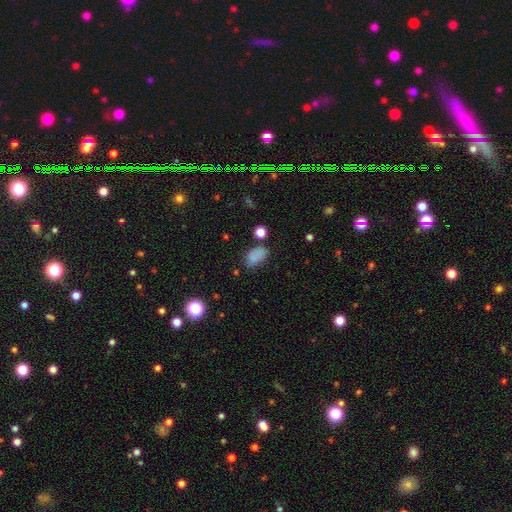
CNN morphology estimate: This is clearly a smooth galaxy (82%). How rounded: clearly in between (89%). Merging: likely none (66%).